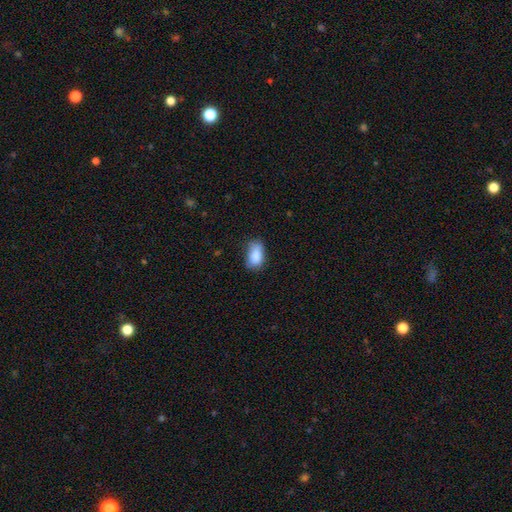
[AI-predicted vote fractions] Q: Smooth or featured?
A: smooth (85%); runner-up: star or artifact (8%)
Q: How rounded?
A: in between (91%); runner-up: round (6%)
Q: Merging?
A: none (61%); runner-up: minor disturbance (30%)